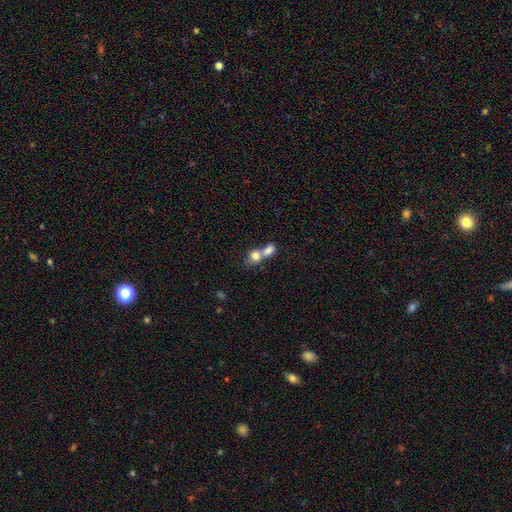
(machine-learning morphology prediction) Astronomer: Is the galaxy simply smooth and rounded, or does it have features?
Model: smooth — 76%.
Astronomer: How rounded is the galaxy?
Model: round — 57% (runner-up: in between, 41%).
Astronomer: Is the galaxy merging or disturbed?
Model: merger — 74%.